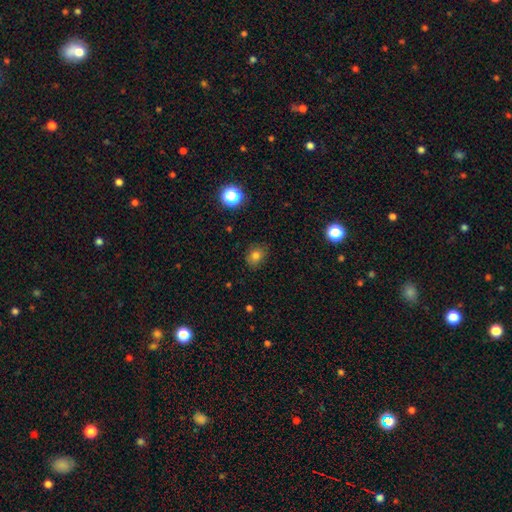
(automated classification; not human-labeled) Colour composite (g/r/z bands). It shows a smooth galaxy with no disk features (77%) that is round (59%). Merging: none (83%).